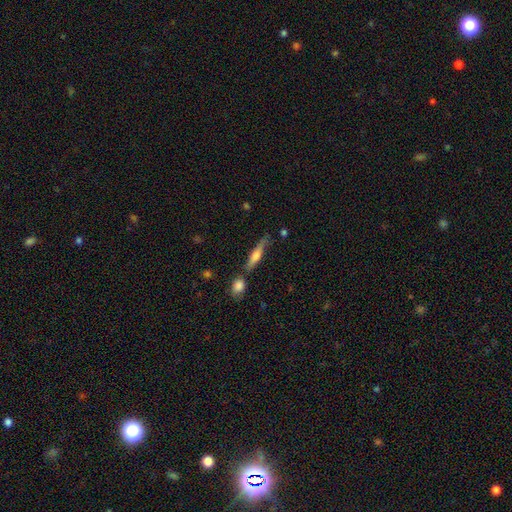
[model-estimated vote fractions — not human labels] smooth-or-featured: smooth: 50% | featured or disk: 43% | star or artifact: 7%
  how-rounded: cigar-shaped: 81% | in between: 17% | round: 2%
  merging: none: 67% | minor disturbance: 18% | merger: 11% | major disturbance: 5%